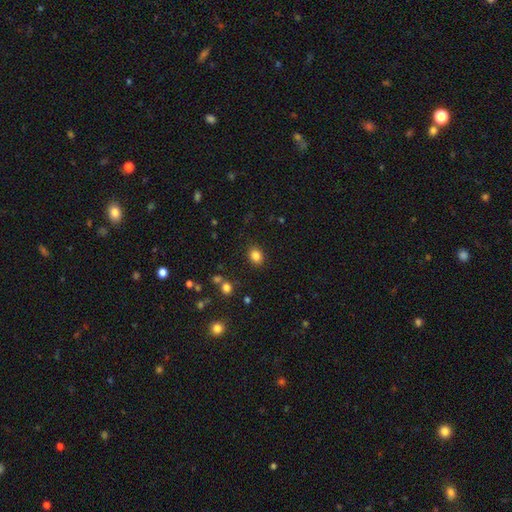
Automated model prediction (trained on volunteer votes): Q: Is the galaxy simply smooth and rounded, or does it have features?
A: smooth — 84%.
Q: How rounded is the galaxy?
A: round — 57%.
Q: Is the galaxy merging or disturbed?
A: none — 88%.